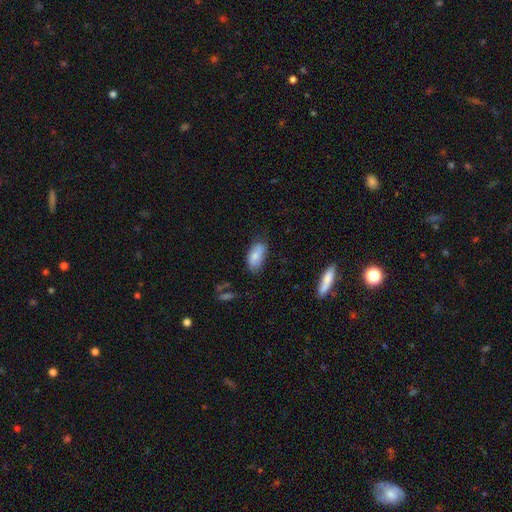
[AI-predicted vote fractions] This is likely a smooth galaxy (78%). How rounded: clearly in between (91%). Merging: likely none (61%).